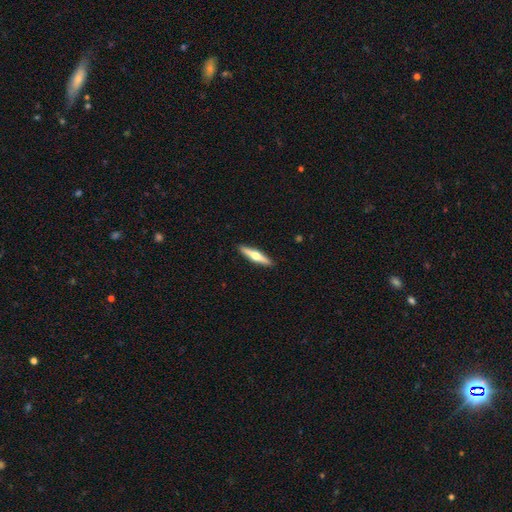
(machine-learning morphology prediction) smooth-or-featured: featured or disk: 57% | smooth: 38% | star or artifact: 5%
  disk-edge-on: yes: 96% | no: 4%
    edge-on-bulge: rounded: 94% | none: 3% | boxy: 3%
  merging: none: 92% | minor disturbance: 6% | major disturbance: 1% | merger: 1%